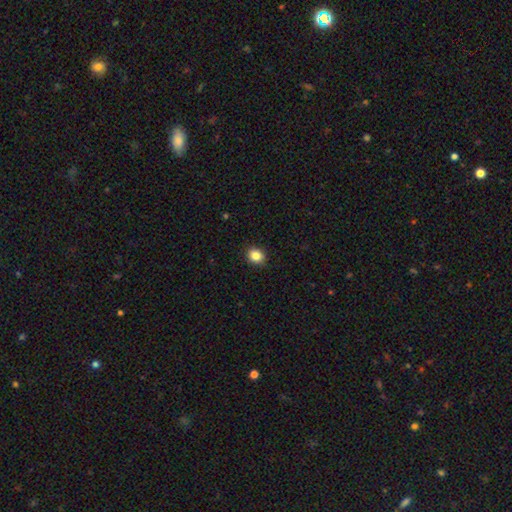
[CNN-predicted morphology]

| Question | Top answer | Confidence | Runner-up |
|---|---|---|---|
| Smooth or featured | smooth | 86% | star or artifact (10%) |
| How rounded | round | 66% | in between (33%) |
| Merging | none | 90% | minor disturbance (7%) |